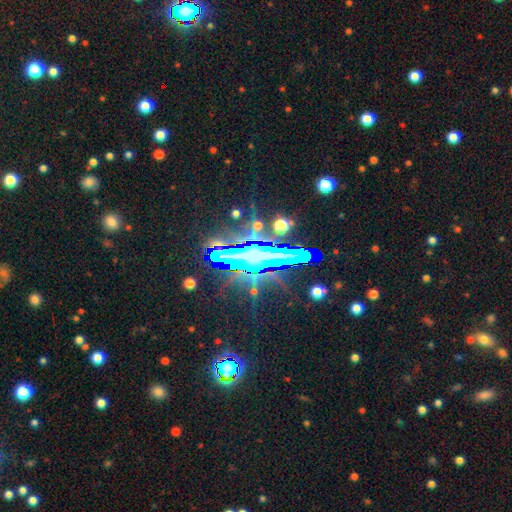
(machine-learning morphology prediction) A star or artifact, not a galaxy (55%).

Vote fractions:
- Smooth or featured? star or artifact: 55% / featured or disk: 29% / smooth: 16%